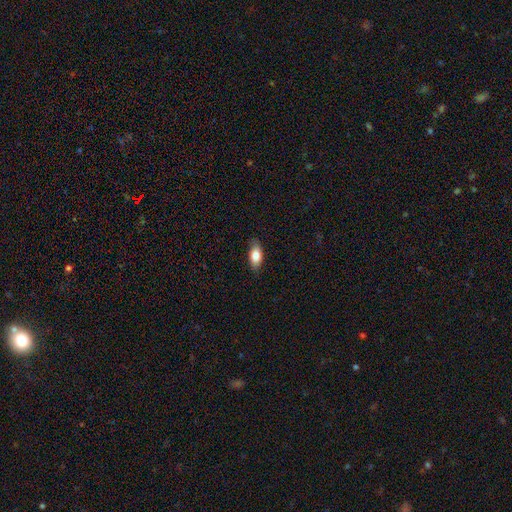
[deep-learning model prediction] Q: Smooth or featured?
A: smooth (80%); runner-up: featured or disk (13%)
Q: How rounded?
A: in between (87%); runner-up: cigar-shaped (9%)
Q: Merging?
A: none (82%); runner-up: minor disturbance (14%)